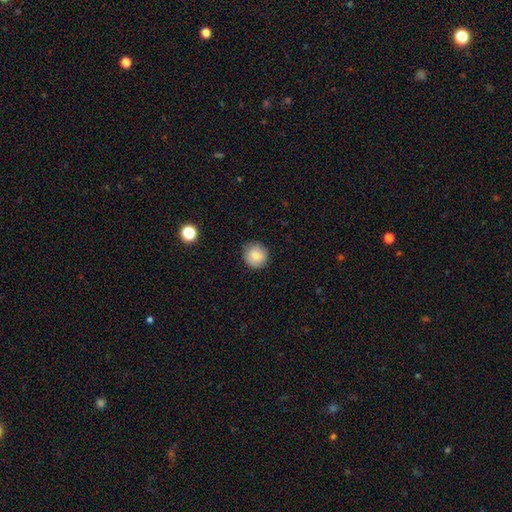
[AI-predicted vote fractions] Smooth or featured?
  - smooth: 81% *
  - featured or disk: 11%
  - star or artifact: 8%
How rounded?
  - round: 92% *
  - in between: 7%
  - cigar-shaped: 1%
Merging?
  - none: 88% *
  - minor disturbance: 8%
  - major disturbance: 2%
  - merger: 1%